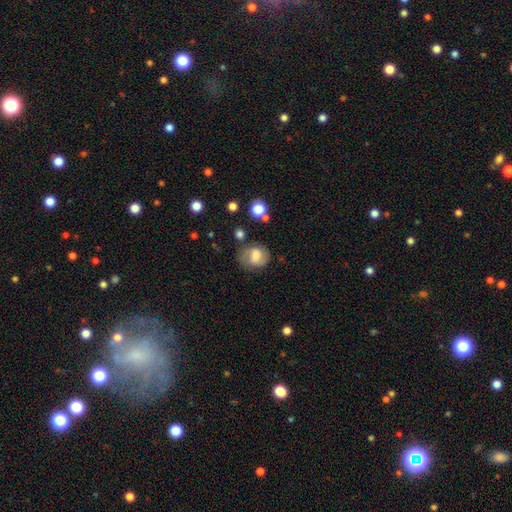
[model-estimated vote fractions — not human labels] Overall: featured or disk (46%; smooth 45%). Merging: none (65%).